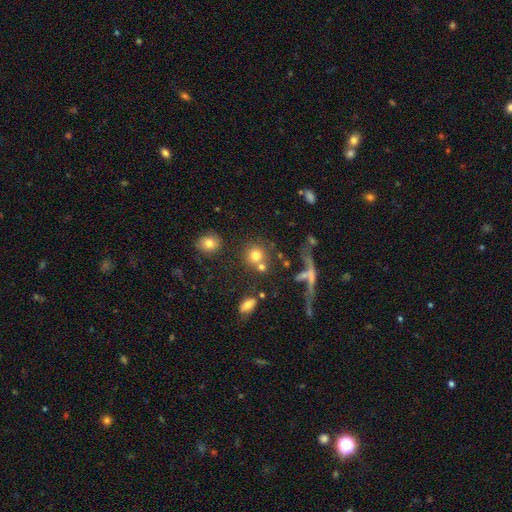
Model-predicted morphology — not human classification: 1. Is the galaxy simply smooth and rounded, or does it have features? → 72% smooth, 16% star or artifact, 12% featured or disk.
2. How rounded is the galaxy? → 87% round, 12% in between, 2% cigar-shaped.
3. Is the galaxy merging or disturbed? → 59% none, 24% merger, 10% minor disturbance, 6% major disturbance.